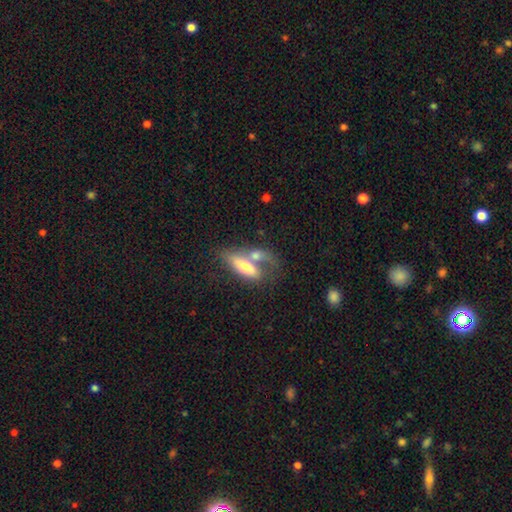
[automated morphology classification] smooth-or-featured: smooth: 61% | featured or disk: 32% | star or artifact: 7%
  how-rounded: in between: 61% | cigar-shaped: 34% | round: 5%
  merging: merger: 54% | none: 25% | major disturbance: 11% | minor disturbance: 10%